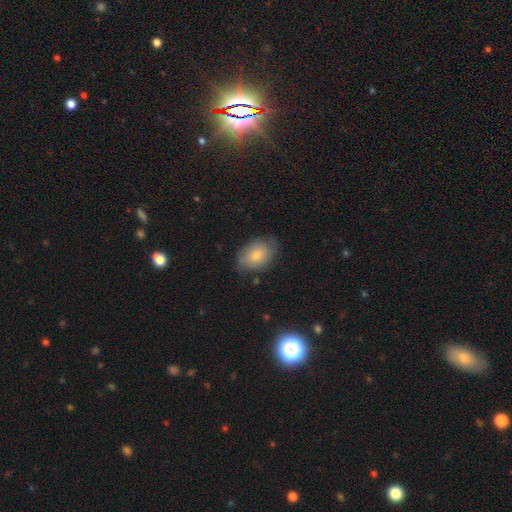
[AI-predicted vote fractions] Overall: smooth (66%). How rounded: in between (79%). Merging: none (69%).